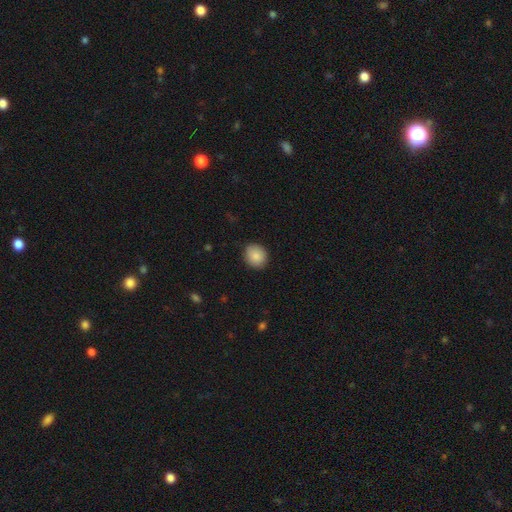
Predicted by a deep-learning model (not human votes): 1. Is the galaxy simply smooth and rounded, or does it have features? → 88% smooth, 7% star or artifact, 5% featured or disk.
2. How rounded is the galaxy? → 74% round, 26% in between, 1% cigar-shaped.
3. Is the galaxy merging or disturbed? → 88% none, 9% minor disturbance, 2% major disturbance, 1% merger.